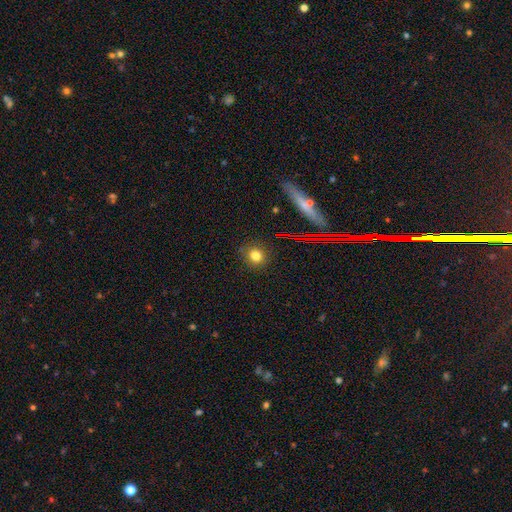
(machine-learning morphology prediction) This is likely a smooth galaxy (78%). How rounded: clearly round (87%). Merging: clearly none (88%).